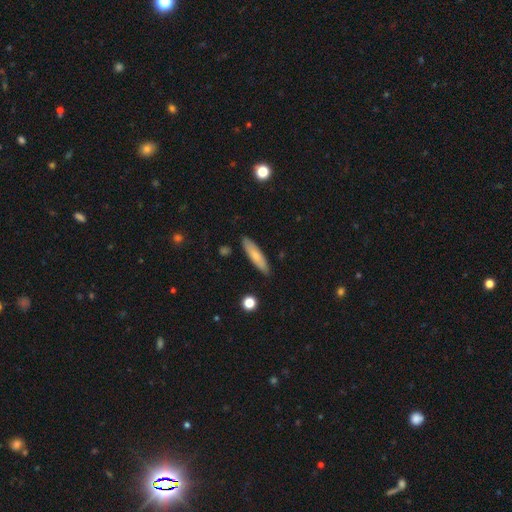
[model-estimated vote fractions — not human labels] smooth 71%, featured or disk 23%, star or artifact 6%. Down the decision tree: how rounded — cigar-shaped (77%); merging — none (87%).